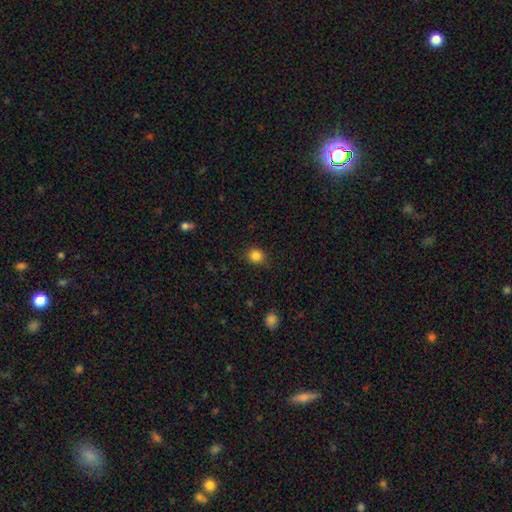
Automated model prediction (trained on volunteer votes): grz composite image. It shows a smooth galaxy with no disk features (84%) that is round (80%). Merging: none (84%).